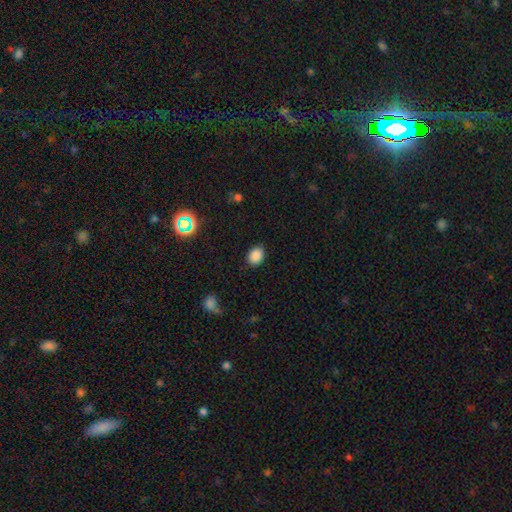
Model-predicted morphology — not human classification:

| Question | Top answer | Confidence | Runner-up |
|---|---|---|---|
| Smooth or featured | smooth | 85% | star or artifact (11%) |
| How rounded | in between | 62% | round (37%) |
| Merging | none | 87% | minor disturbance (9%) |